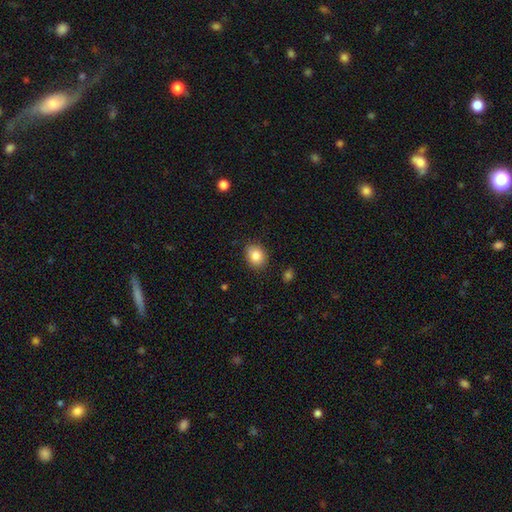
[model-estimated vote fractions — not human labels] This appears to be a smooth galaxy with no disk features (84%) that is round (56%). Merging: none (84%).